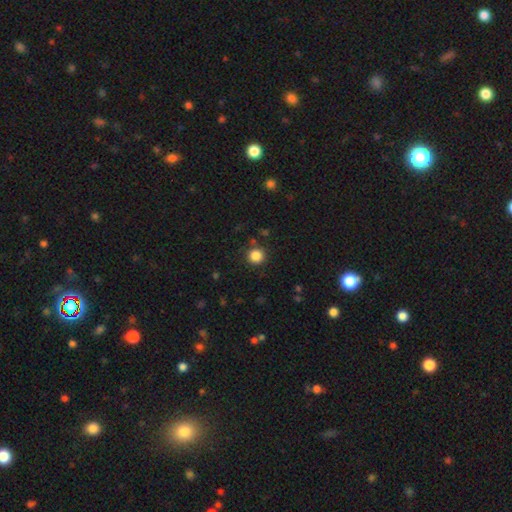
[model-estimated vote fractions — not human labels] Smooth or featured? Predicted: smooth (p=0.85). How rounded? Predicted: round (p=0.94). Merging? Predicted: none (p=0.89).